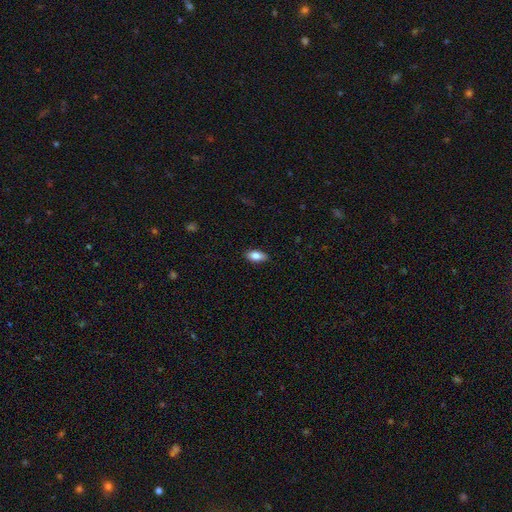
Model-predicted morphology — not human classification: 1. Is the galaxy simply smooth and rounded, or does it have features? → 84% smooth, 8% featured or disk, 7% star or artifact.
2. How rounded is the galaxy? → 89% in between, 6% cigar-shaped, 4% round.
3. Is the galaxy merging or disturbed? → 86% none, 11% minor disturbance, 2% major disturbance, 1% merger.